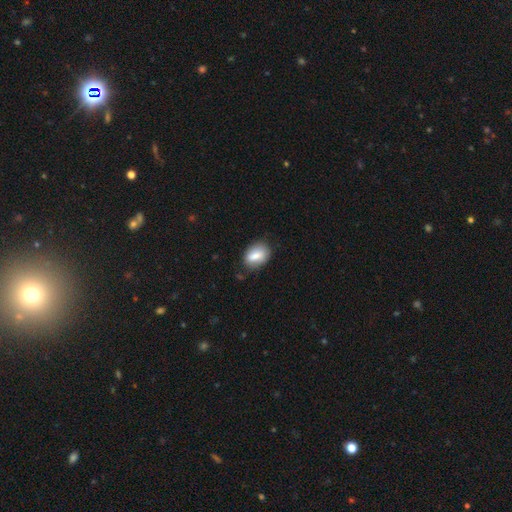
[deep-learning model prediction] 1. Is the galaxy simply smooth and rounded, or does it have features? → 78% smooth, 14% featured or disk, 8% star or artifact.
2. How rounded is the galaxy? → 80% in between, 18% round, 2% cigar-shaped.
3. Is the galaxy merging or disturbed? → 73% none, 20% minor disturbance, 4% major disturbance, 2% merger.